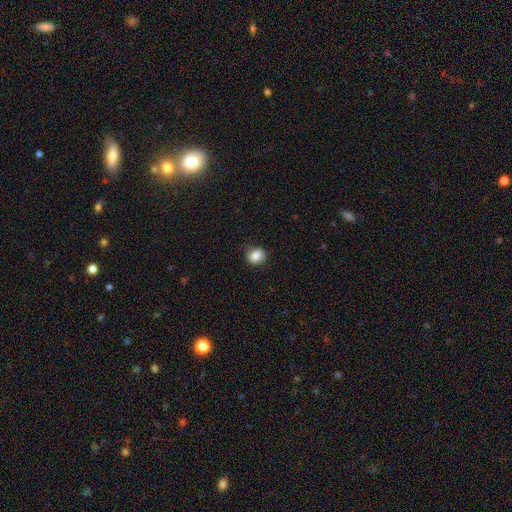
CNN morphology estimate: A smooth galaxy with no disk features (85%) that is round (72%). Merging: none (84%).